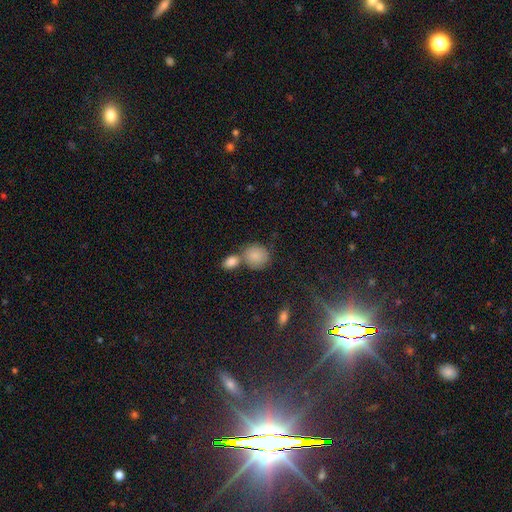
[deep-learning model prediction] Smooth or featured?
  - smooth: 85% *
  - star or artifact: 8%
  - featured or disk: 8%
How rounded?
  - round: 72% *
  - in between: 27%
  - cigar-shaped: 1%
Merging?
  - none: 49% *
  - merger: 35%
  - minor disturbance: 12%
  - major disturbance: 5%